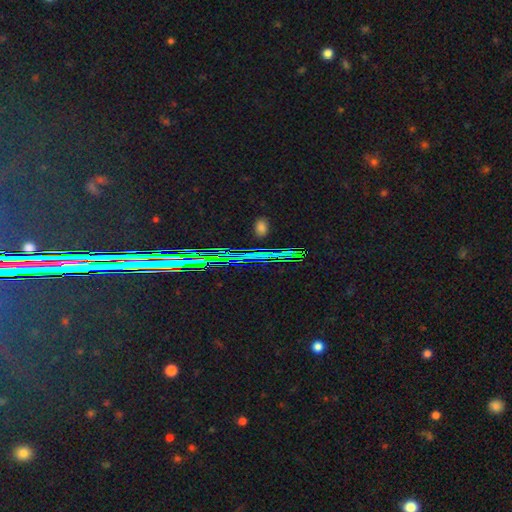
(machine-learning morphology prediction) star or artifact 82%, featured or disk 10%, smooth 8%.